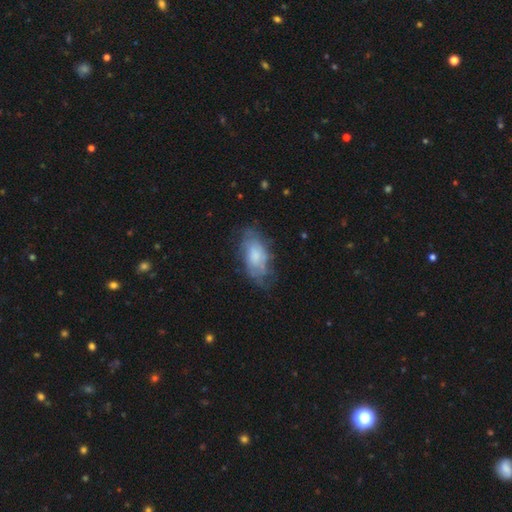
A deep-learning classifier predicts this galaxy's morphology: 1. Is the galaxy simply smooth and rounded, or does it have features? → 51% smooth, 42% featured or disk, 8% star or artifact.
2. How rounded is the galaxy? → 91% in between, 5% cigar-shaped, 4% round.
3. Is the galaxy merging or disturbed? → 56% none, 28% minor disturbance, 14% major disturbance, 2% merger.